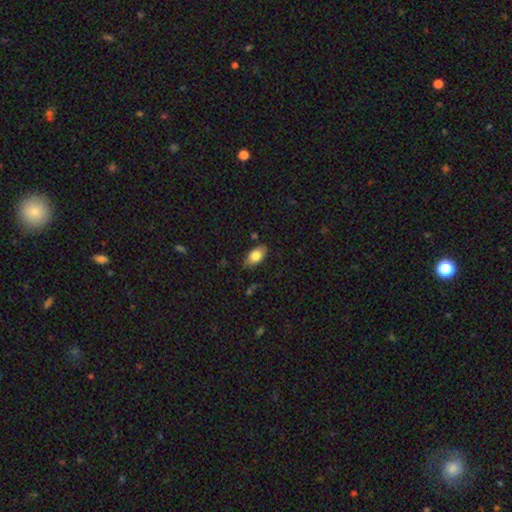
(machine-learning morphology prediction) smooth_or_featured: smooth (p=0.78) [alt: featured or disk p=0.16]
how_rounded: in between (p=0.90) [alt: round p=0.07]
merging: none (p=0.78) [alt: minor disturbance p=0.17]